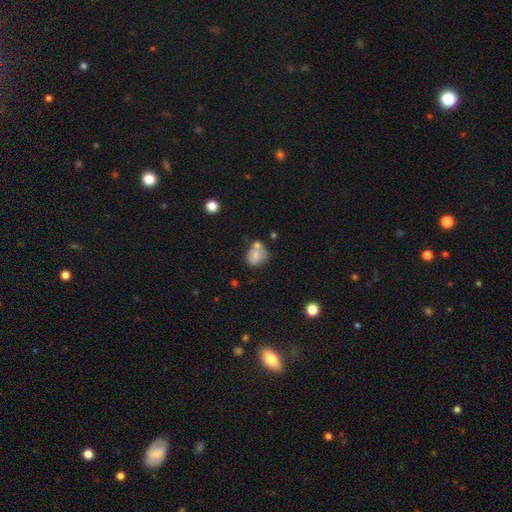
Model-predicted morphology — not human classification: Smooth or featured: smooth — 73% (featured or disk — 17%)
How rounded: round — 51% (in between — 48%)
Merging: none — 43% (merger — 27%)